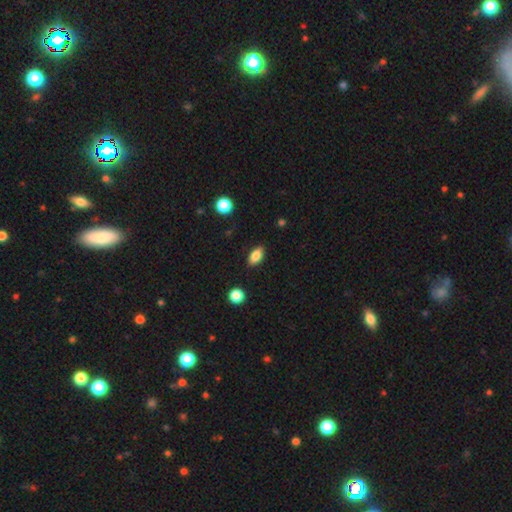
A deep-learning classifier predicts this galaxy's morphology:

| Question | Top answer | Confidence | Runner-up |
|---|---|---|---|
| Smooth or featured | smooth | 83% | star or artifact (8%) |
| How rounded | in between | 88% | cigar-shaped (6%) |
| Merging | none | 87% | minor disturbance (10%) |